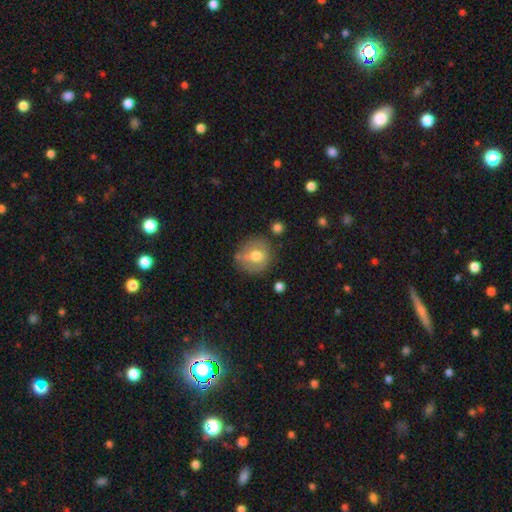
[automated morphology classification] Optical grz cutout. It shows a smooth galaxy with no disk features (61%) that is round (83%). Merging: none (71%).